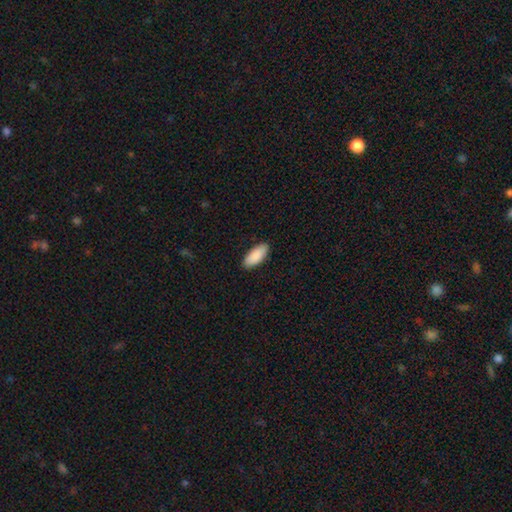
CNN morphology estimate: Overall: smooth (91%). How rounded: in between (85%). Merging: none (89%).